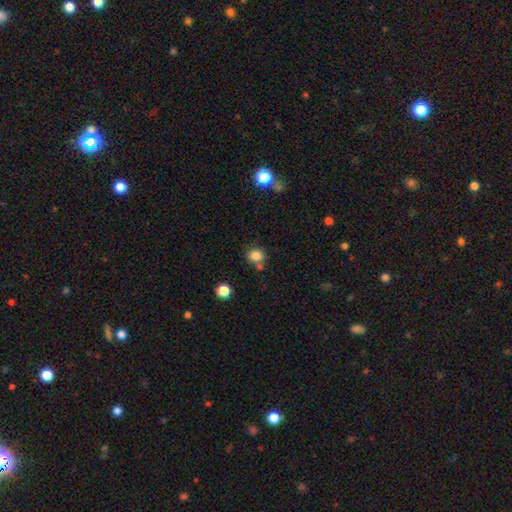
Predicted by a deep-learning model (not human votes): Q: Smooth or featured?
A: smooth (82%); runner-up: star or artifact (12%)
Q: How rounded?
A: round (76%); runner-up: in between (23%)
Q: Merging?
A: none (70%); runner-up: merger (13%)